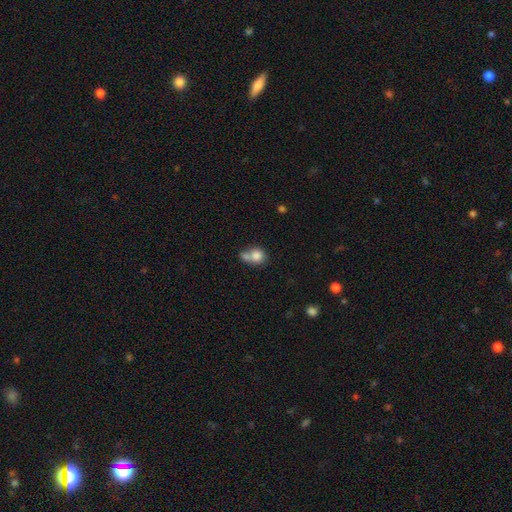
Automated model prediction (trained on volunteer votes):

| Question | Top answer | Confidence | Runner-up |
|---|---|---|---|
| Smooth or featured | smooth | 79% | featured or disk (11%) |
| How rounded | round | 72% | in between (27%) |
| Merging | merger | 53% | none (33%) |